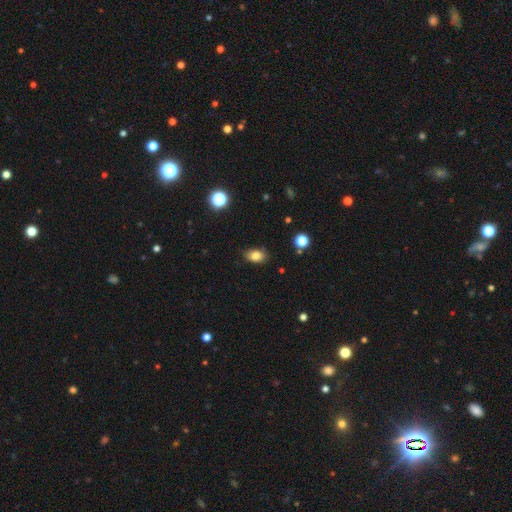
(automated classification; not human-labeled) Smooth or featured: smooth — 83% (star or artifact — 10%)
How rounded: in between — 85% (round — 14%)
Merging: none — 82% (minor disturbance — 14%)